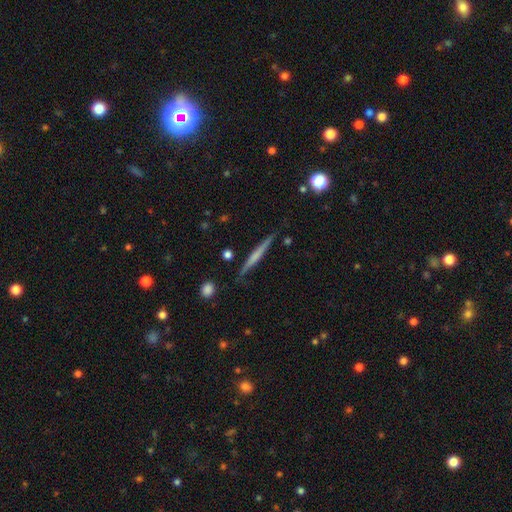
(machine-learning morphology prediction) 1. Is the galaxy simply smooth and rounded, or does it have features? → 54% featured or disk, 39% smooth, 6% star or artifact.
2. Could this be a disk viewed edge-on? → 97% yes, 3% no.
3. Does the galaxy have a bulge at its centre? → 64% none, 23% rounded, 13% boxy.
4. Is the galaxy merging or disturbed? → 85% none, 11% minor disturbance, 2% major disturbance, 2% merger.